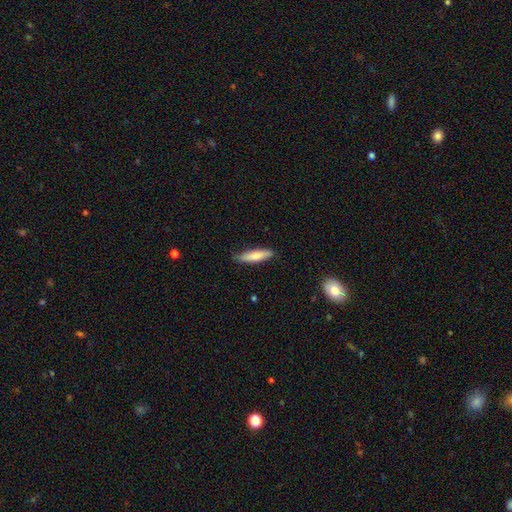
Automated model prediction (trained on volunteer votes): A smooth galaxy with no disk features (76%) that is cigar-shaped (73%). Merging: none (79%).